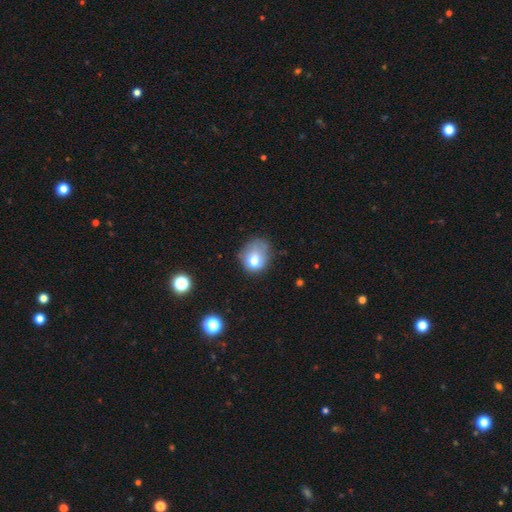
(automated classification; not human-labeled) This is likely a smooth galaxy (70%). How rounded: likely round (61%). Merging: marginally none (44%).